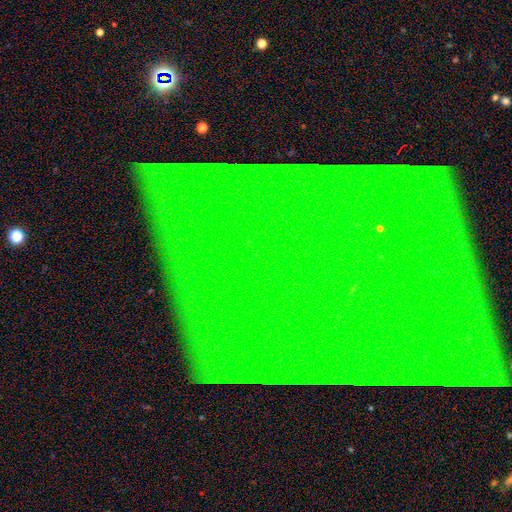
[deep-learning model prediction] A star or artifact, not a galaxy (85%).

Vote fractions:
- Smooth or featured? star or artifact: 85% / featured or disk: 8% / smooth: 6%